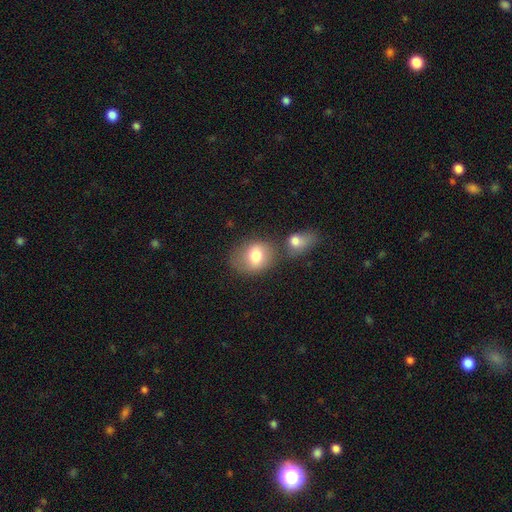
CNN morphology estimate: Q: Smooth or featured?
A: smooth (75%); runner-up: featured or disk (17%)
Q: How rounded?
A: in between (55%); runner-up: round (44%)
Q: Merging?
A: none (51%); runner-up: merger (26%)